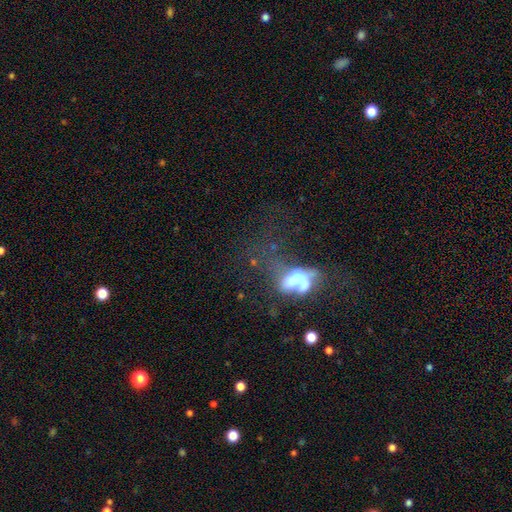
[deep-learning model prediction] Morphology: type=star or artifact (38%).